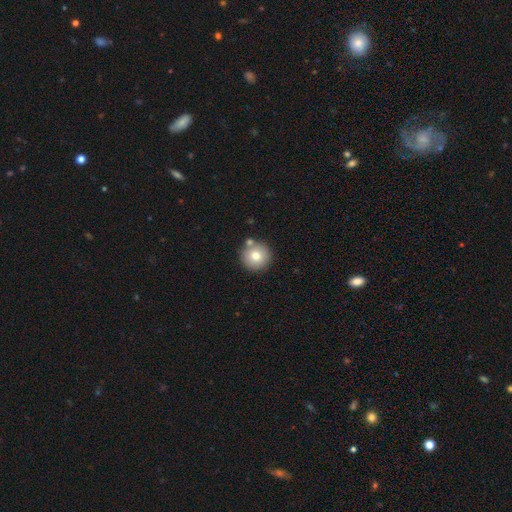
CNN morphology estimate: Overall: smooth (77%). How rounded: round (95%). Merging: none (76%).